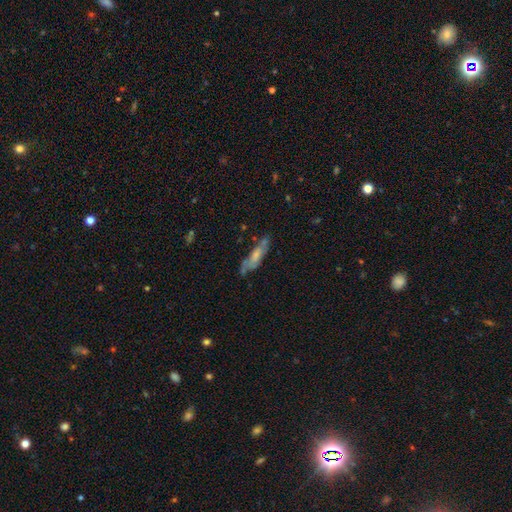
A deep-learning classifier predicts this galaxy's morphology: smooth_or_featured: featured or disk (p=0.47) [alt: smooth p=0.46]
merging: none (p=0.56) [alt: minor disturbance p=0.27]